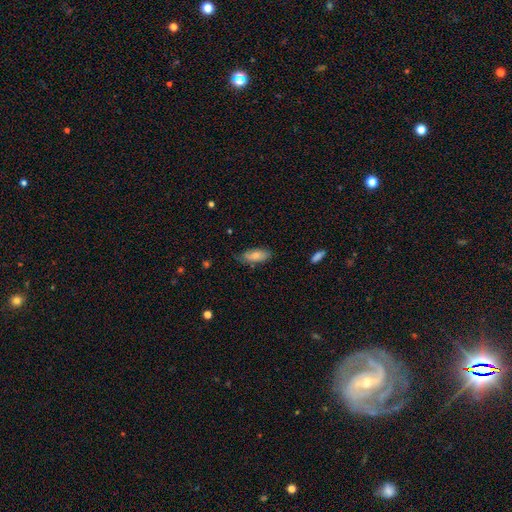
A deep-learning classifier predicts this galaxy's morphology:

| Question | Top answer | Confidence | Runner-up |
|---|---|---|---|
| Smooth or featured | smooth | 72% | featured or disk (21%) |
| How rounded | in between | 83% | cigar-shaped (15%) |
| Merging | none | 68% | minor disturbance (26%) |